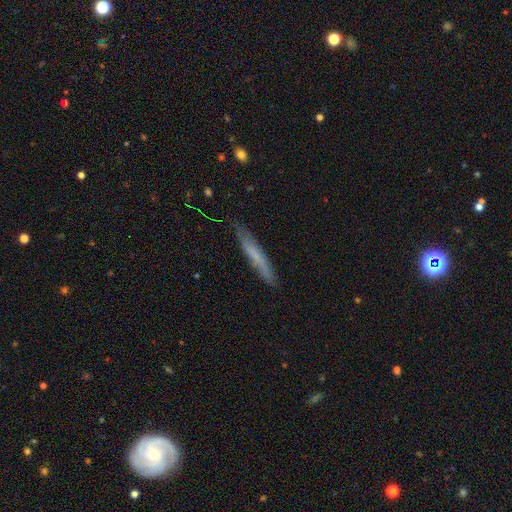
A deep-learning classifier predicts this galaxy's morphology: Overall: smooth (57%; featured or disk 36%). How rounded: cigar-shaped (94%). Merging: none (78%).